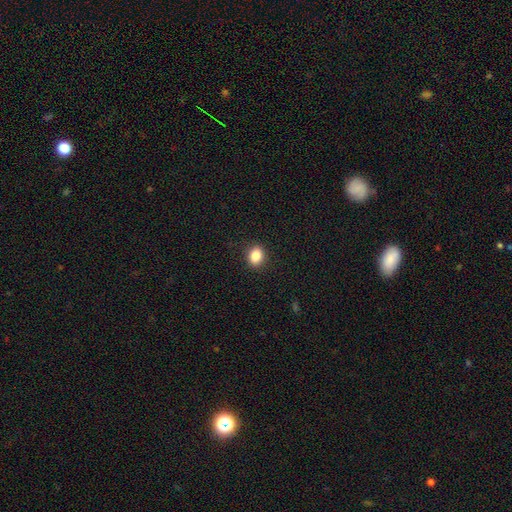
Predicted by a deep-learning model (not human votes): This is clearly a smooth galaxy (86%). How rounded: possibly in between (59%). Merging: clearly none (90%).